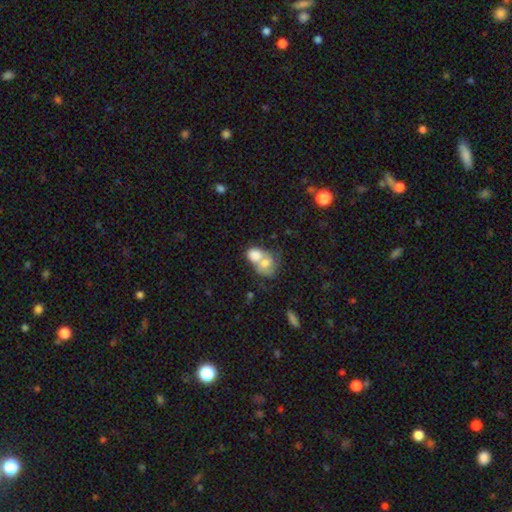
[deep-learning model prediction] Morphology: type=smooth (73%); roundness=in between (58%); merging=merger (73%).